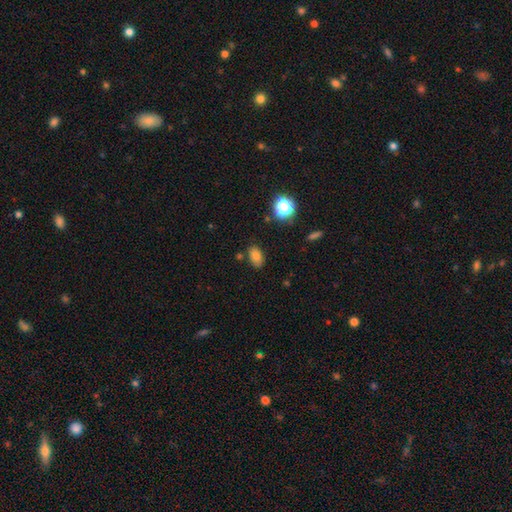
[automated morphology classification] smooth_or_featured: smooth (p=0.79) [alt: star or artifact p=0.13]
how_rounded: in between (p=0.86) [alt: round p=0.12]
merging: none (p=0.79) [alt: minor disturbance p=0.13]